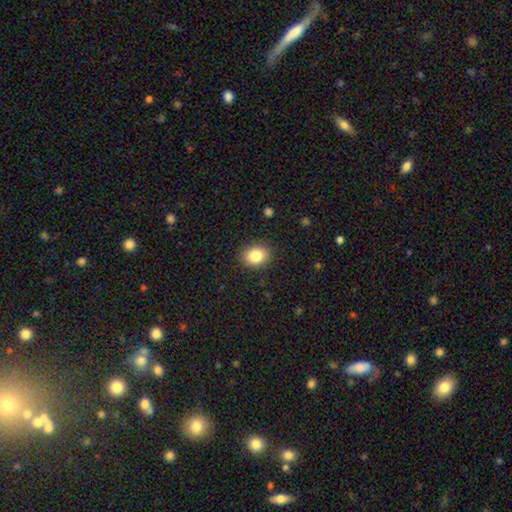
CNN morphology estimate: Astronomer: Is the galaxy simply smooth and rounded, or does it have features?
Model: smooth — 85%.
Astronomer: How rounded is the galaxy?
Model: in between — 56% (runner-up: round, 44%).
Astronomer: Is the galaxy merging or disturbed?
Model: none — 88%.